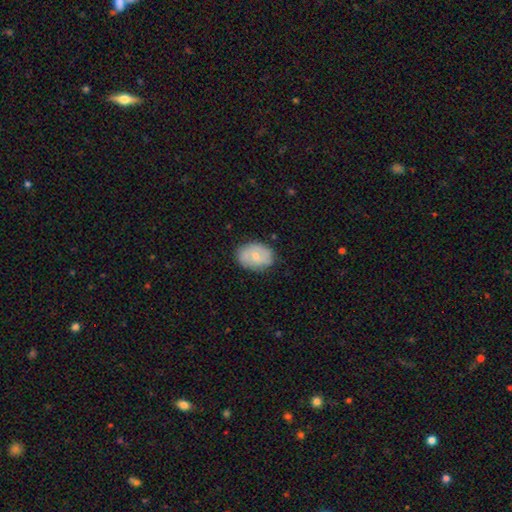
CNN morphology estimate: Smooth or featured: smooth — 53% (featured or disk — 40%)
How rounded: in between — 71% (round — 28%)
Merging: none — 78% (minor disturbance — 17%)